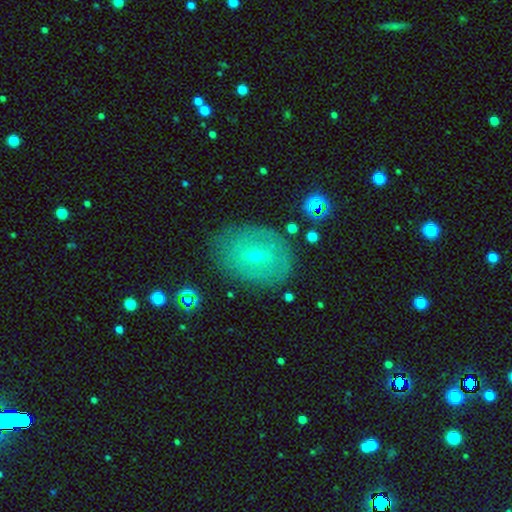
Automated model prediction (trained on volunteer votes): The model was most divided on "smooth or featured": featured or disk: 52%, smooth: 33%, star or artifact: 14%. More confident: edge-on disk — no (91%); merging — none (81%).